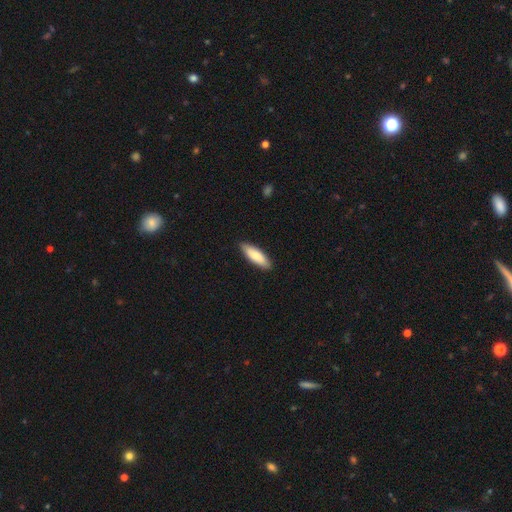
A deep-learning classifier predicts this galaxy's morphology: Smooth or featured? Predicted: smooth (p=0.84). How rounded? Predicted: in between (p=0.51). Merging? Predicted: none (p=0.89).